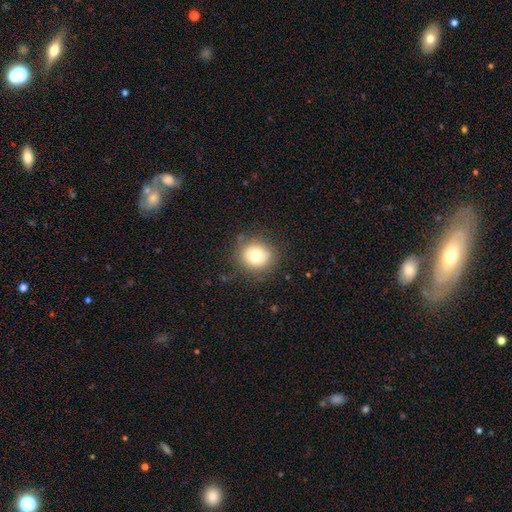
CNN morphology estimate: This is likely a smooth galaxy (73%). How rounded: clearly round (85%). Merging: clearly none (82%).